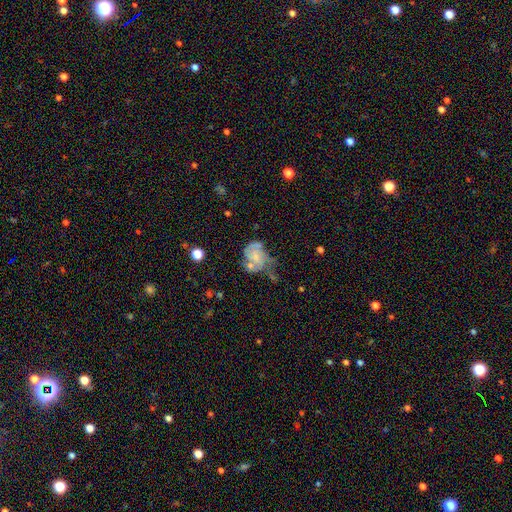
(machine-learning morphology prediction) Smooth or featured?
  - featured or disk: 59% *
  - smooth: 31%
  - star or artifact: 9%
Edge-on disk?
  - no: 98% *
  - yes: 2%
Bar?
  - no: 69% *
  - weak: 26%
  - strong: 5%
Spiral arms?
  - yes: 70% *
  - no: 30%
Bulge size?
  - small: 49% *
  - moderate: 25%
  - none: 22%
  - large: 3%
  - dominant: 1%
Merging?
  - major disturbance: 28% *
  - none: 26%
  - minor disturbance: 25%
  - merger: 21%